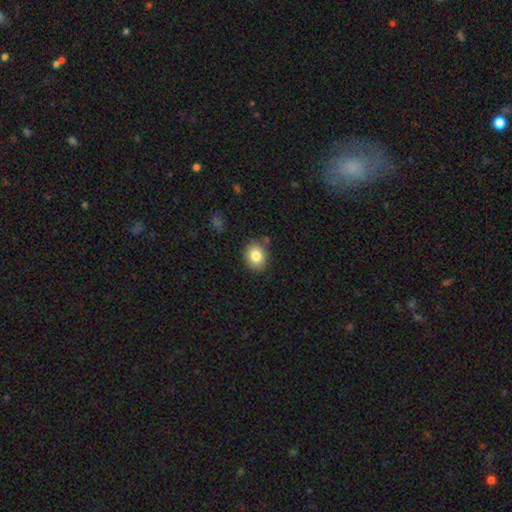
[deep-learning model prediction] A smooth galaxy with no disk features (83%) that is round (55%).

Vote fractions:
- Smooth or featured? smooth: 83% / star or artifact: 9% / featured or disk: 8%
- How rounded? round: 55% / in between: 44% / cigar-shaped: 1%
- Merging? none: 83% / minor disturbance: 12% / merger: 3% / major disturbance: 3%